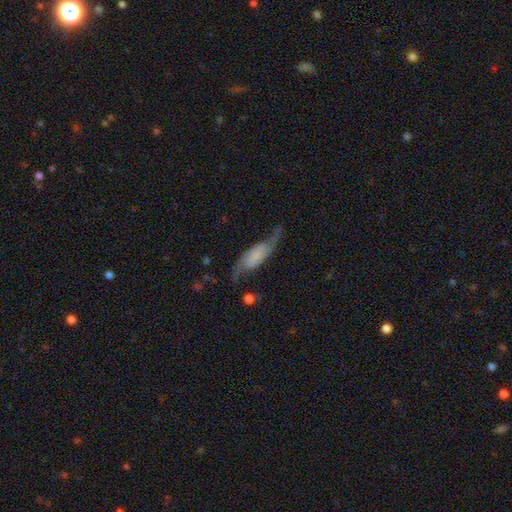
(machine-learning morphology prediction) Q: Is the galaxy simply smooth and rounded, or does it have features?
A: featured or disk — 76%.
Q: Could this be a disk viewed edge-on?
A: no — 88%.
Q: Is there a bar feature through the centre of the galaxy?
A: no — 49%.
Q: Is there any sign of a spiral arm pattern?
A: yes — 94%.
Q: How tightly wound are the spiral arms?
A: loose — 66%.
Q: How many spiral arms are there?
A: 2 — 92%.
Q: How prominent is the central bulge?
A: none — 39%.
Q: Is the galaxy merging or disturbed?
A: none — 64%.